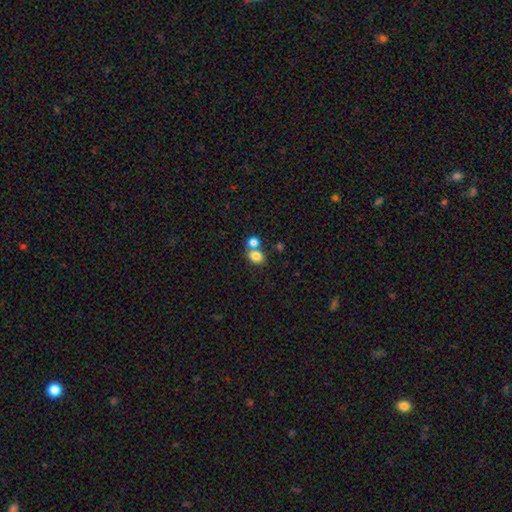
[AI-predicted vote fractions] The model was most divided on "merging": none: 47%, merger: 40%, minor disturbance: 9%, major disturbance: 3%. More confident: smooth or featured — smooth (82%); how rounded — in between (54%).